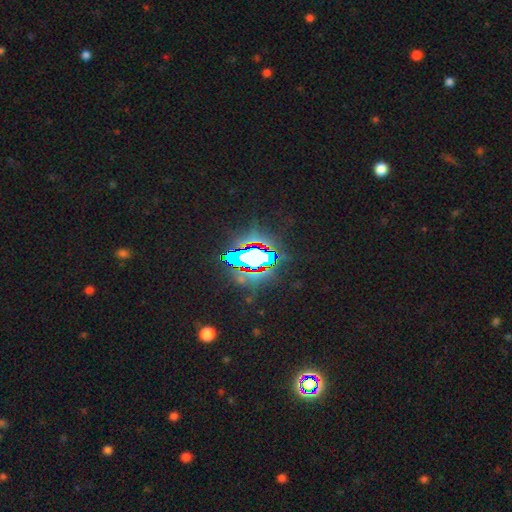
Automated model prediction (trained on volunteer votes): A star or artifact, not a galaxy (68%).

Vote fractions:
- Smooth or featured? star or artifact: 68% / smooth: 17% / featured or disk: 15%